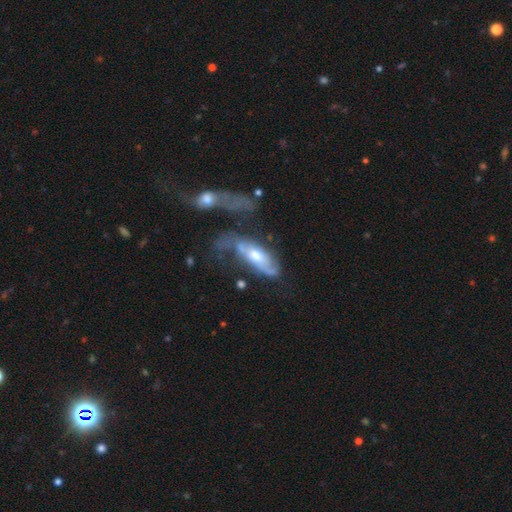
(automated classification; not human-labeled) Smooth or featured? Predicted: featured or disk (p=0.67). Edge-on disk? Predicted: no (p=0.81). Bar? Predicted: no (p=0.67). Spiral arms? Predicted: yes (p=0.67). Bulge size? Predicted: moderate (p=0.66). Merging? Predicted: merger (p=0.33).